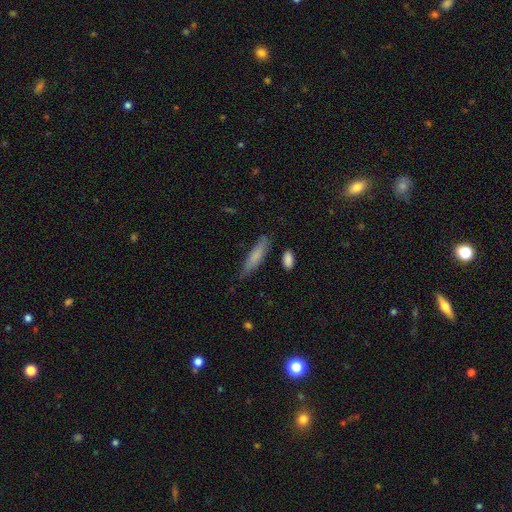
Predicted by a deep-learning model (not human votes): The model was most divided on "merging": none: 74%, minor disturbance: 19%, major disturbance: 4%, merger: 3%. More confident: how rounded — cigar-shaped (78%); smooth or featured — smooth (77%).